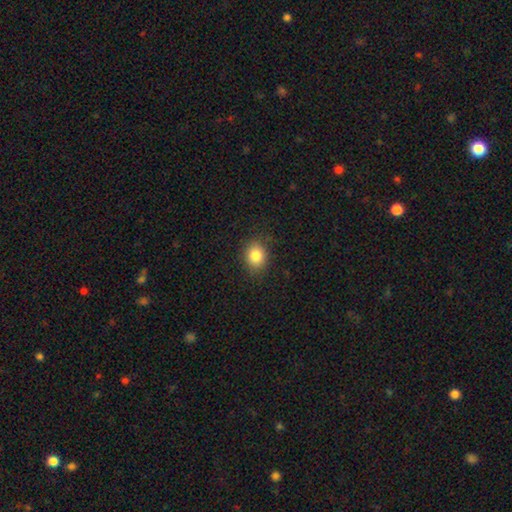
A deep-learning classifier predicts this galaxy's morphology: Q: Smooth or featured?
A: smooth (84%); runner-up: star or artifact (10%)
Q: How rounded?
A: round (52%); runner-up: in between (47%)
Q: Merging?
A: none (86%); runner-up: minor disturbance (10%)